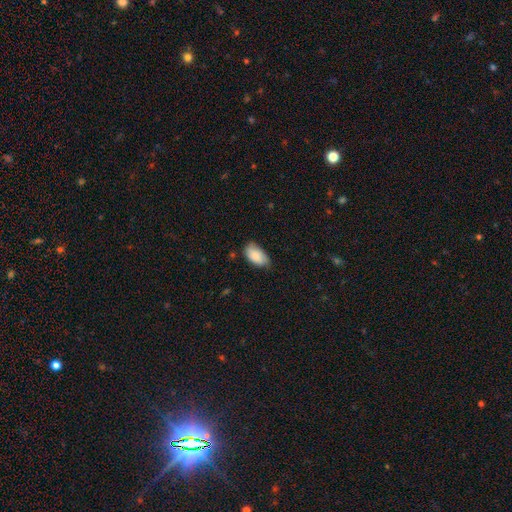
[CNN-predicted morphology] Smooth or featured? smooth (85%)
How rounded? in between (94%)
Merging? none (60%)